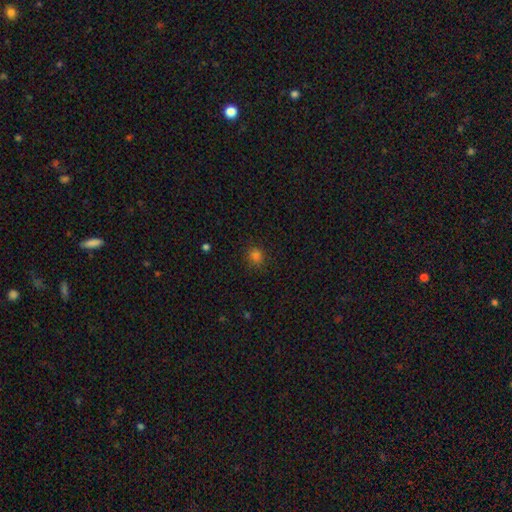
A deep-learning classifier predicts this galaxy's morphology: This appears to be a smooth galaxy with no disk features (78%) that is round (82%). Merging: none (87%).